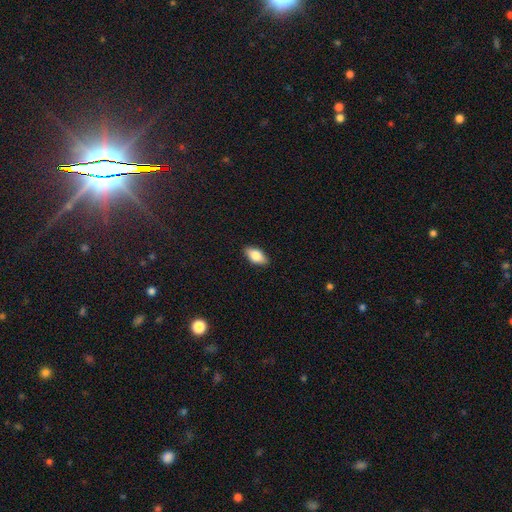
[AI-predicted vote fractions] A smooth galaxy with no disk features (79%) that is in between round and cigar-shaped (90%). Merging: none (89%).